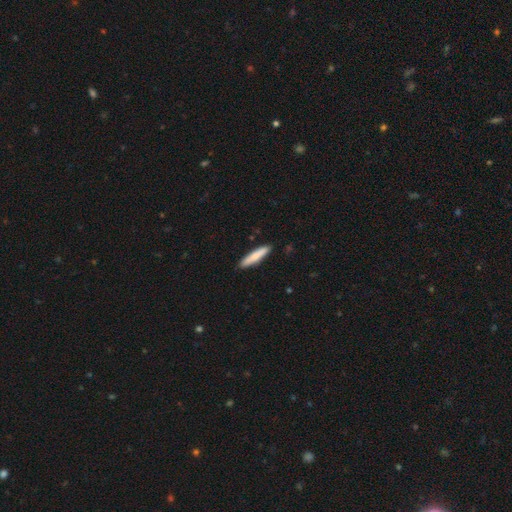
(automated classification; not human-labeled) Smooth or featured? Predicted: smooth (p=0.78). How rounded? Predicted: cigar-shaped (p=0.87). Merging? Predicted: none (p=0.90).